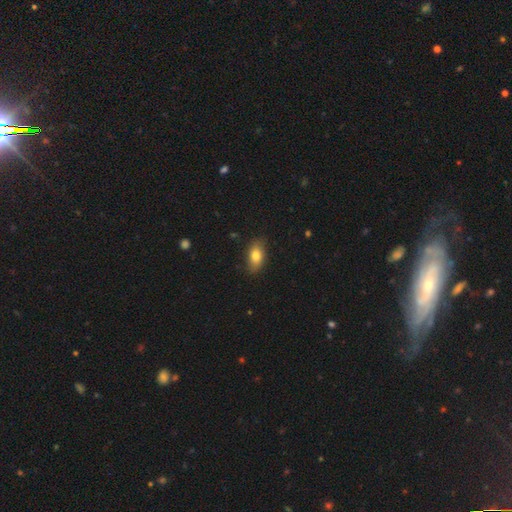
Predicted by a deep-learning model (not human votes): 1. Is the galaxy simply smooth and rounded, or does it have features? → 81% smooth, 12% featured or disk, 7% star or artifact.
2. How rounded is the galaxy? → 88% in between, 7% round, 4% cigar-shaped.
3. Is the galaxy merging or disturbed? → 83% none, 14% minor disturbance, 3% major disturbance, 1% merger.